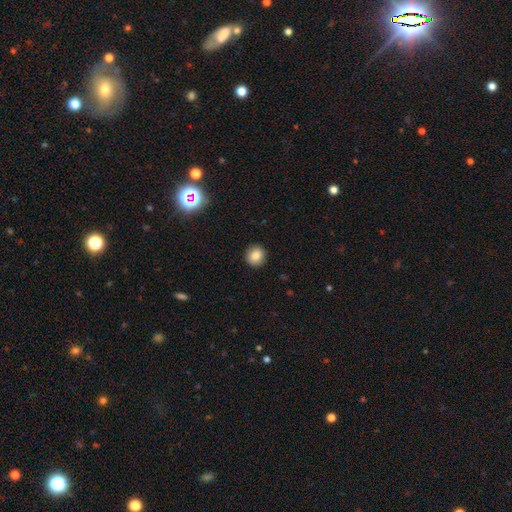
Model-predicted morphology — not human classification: Q: Smooth or featured?
A: smooth (85%); runner-up: star or artifact (10%)
Q: How rounded?
A: round (89%); runner-up: in between (10%)
Q: Merging?
A: none (91%); runner-up: minor disturbance (6%)